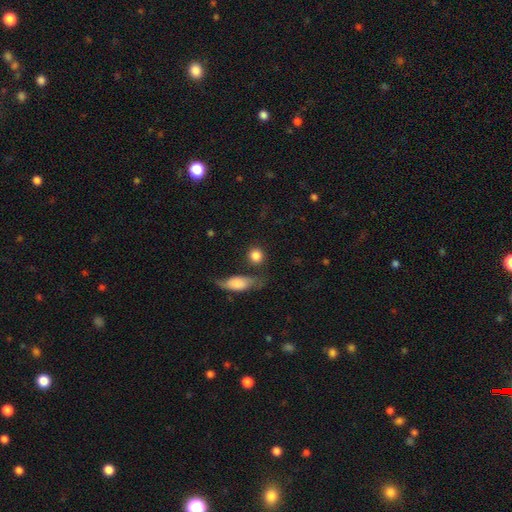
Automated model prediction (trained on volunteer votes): This appears to be a smooth galaxy with no disk features (84%) that is round (84%). Merging: none (69%).